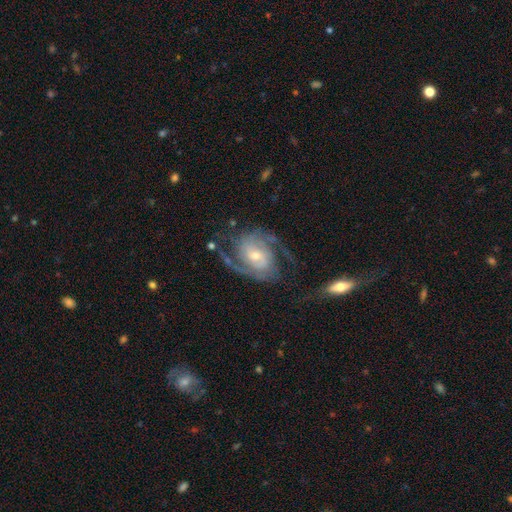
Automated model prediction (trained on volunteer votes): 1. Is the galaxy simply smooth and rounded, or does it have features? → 90% featured or disk, 5% smooth, 5% star or artifact.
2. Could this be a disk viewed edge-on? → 97% no, 3% yes.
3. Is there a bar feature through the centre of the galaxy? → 46% no, 41% weak, 13% strong.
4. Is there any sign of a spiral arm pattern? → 97% yes, 3% no.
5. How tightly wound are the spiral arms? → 51% medium, 29% tight, 20% loose.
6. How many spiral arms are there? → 81% 2, 6% 3, 6% can't tell, 3% 1, 2% 4, 2% more than 4.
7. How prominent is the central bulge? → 52% small, 41% moderate, 4% large, 2% none, 1% dominant.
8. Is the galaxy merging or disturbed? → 67% none, 16% minor disturbance, 14% major disturbance, 3% merger.